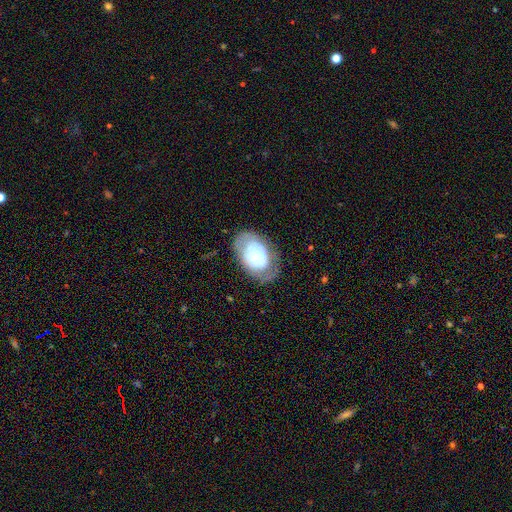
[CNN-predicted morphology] smooth_or_featured: featured or disk (p=0.53) [alt: smooth p=0.39]
disk_edge_on: no (p=0.96) [alt: yes p=0.04]
bar: no (p=0.71) [alt: weak p=0.23]
has_spiral_arms: no (p=0.51) [alt: yes p=0.49]
bulge_size: small (p=0.34) [alt: moderate p=0.27]
merging: none (p=0.55) [alt: minor disturbance p=0.26]